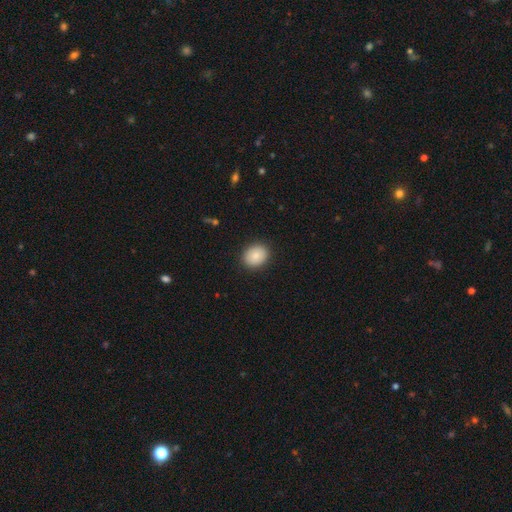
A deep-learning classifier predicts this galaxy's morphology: This is clearly a smooth galaxy (86%). How rounded: possibly round (58%). Merging: clearly none (90%).